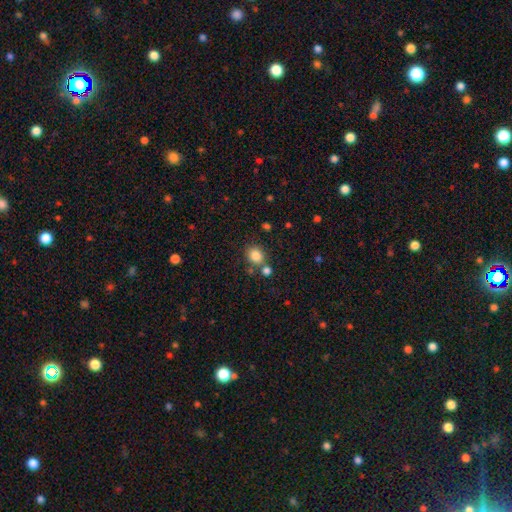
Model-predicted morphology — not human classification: Q: Smooth or featured?
A: smooth (83%); runner-up: star or artifact (11%)
Q: How rounded?
A: round (62%); runner-up: in between (37%)
Q: Merging?
A: none (68%); runner-up: merger (17%)